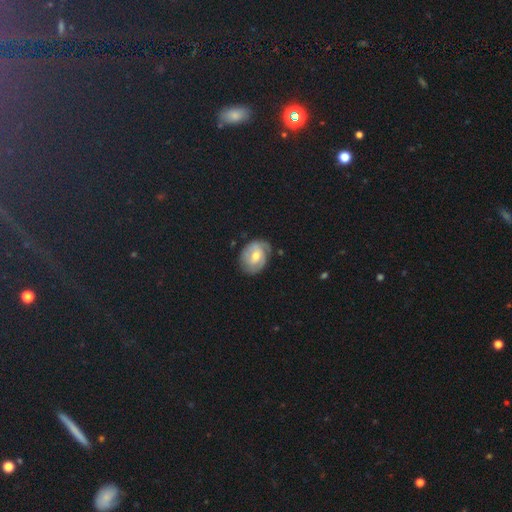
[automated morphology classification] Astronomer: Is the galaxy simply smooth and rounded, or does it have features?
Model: featured or disk — 58% (runner-up: smooth, 34%).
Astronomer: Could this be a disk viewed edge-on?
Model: no — 96%.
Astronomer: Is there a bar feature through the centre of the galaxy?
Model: no — 45% (runner-up: weak, 44%).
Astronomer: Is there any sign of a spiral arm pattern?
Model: yes — 77%.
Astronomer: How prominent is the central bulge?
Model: moderate — 66%.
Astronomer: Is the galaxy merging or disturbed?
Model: none — 66%.